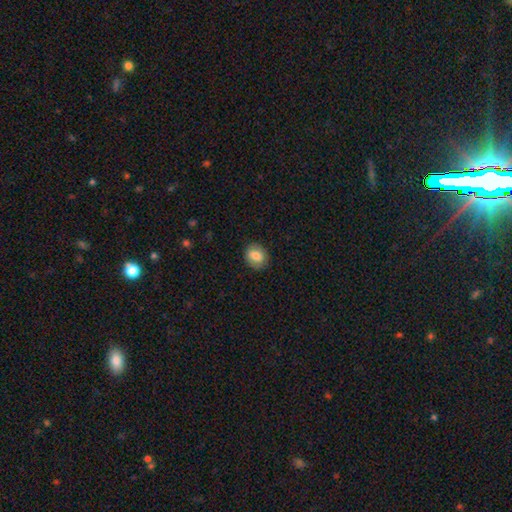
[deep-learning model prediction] smooth-or-featured: smooth: 81% | featured or disk: 11% | star or artifact: 8%
  how-rounded: round: 57% | in between: 42% | cigar-shaped: 1%
  merging: none: 87% | minor disturbance: 9% | major disturbance: 2% | merger: 1%